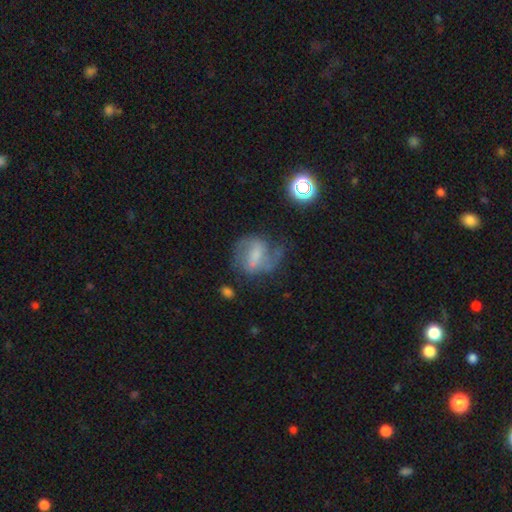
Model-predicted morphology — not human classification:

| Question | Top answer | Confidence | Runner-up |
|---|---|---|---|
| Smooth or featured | featured or disk | 66% | smooth (25%) |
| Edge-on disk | no | 97% | yes (3%) |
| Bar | weak | 46% | strong (34%) |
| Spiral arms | yes | 85% | no (15%) |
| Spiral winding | medium | 49% | loose (31%) |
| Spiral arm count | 2 | 78% | can't tell (10%) |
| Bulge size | small | 33% | none (30%) |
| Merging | none | 53% | minor disturbance (23%) |